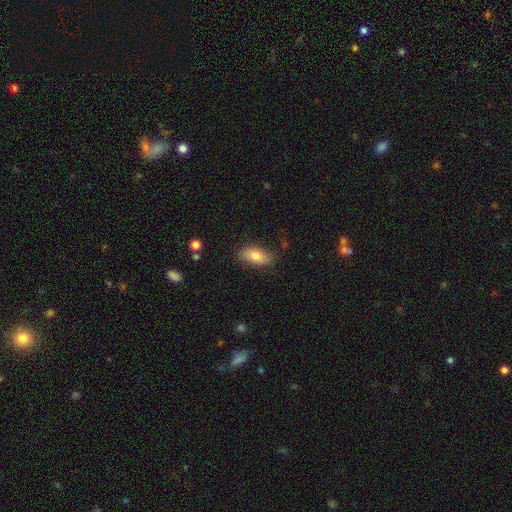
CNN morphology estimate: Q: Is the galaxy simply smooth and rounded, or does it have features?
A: smooth — 80%.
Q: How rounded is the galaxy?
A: in between — 89%.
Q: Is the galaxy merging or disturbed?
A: none — 79%.